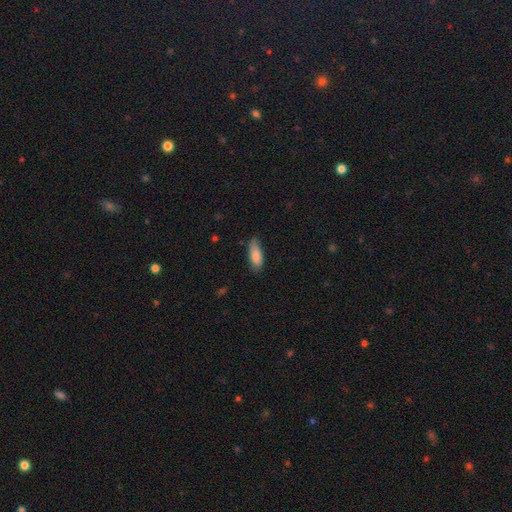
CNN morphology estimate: Q: Smooth or featured?
A: smooth (86%); runner-up: featured or disk (8%)
Q: How rounded?
A: in between (70%); runner-up: cigar-shaped (29%)
Q: Merging?
A: none (73%); runner-up: minor disturbance (22%)